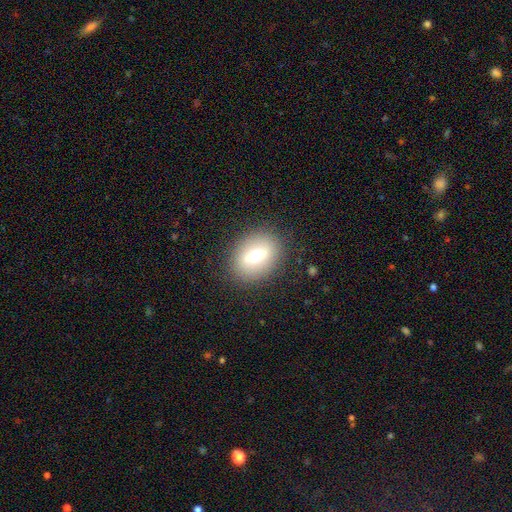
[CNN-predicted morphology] Smooth or featured? Predicted: smooth (p=0.57). How rounded? Predicted: in between (p=0.57). Merging? Predicted: none (p=0.86).